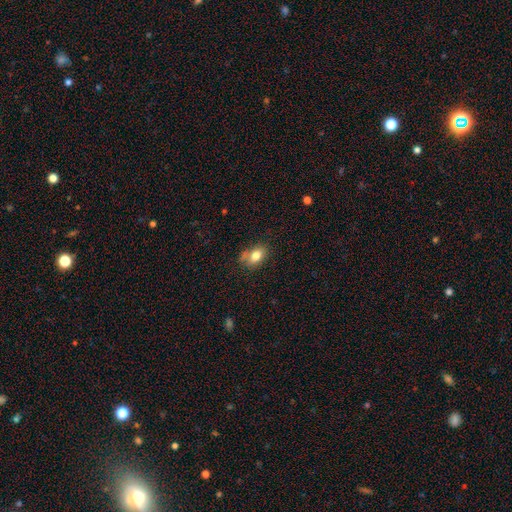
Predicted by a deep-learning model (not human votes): Morphology: type=smooth (79%); roundness=in between (81%); merging=none (64%).